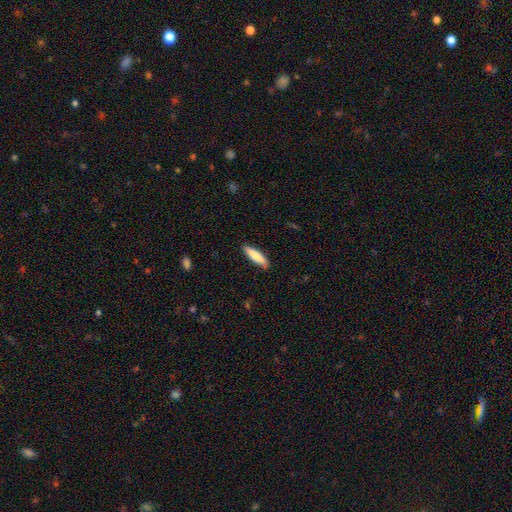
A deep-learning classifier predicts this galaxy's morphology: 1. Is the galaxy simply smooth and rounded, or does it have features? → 80% smooth, 14% featured or disk, 5% star or artifact.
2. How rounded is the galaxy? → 72% cigar-shaped, 27% in between, 1% round.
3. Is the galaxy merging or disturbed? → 86% none, 11% minor disturbance, 2% major disturbance, 1% merger.